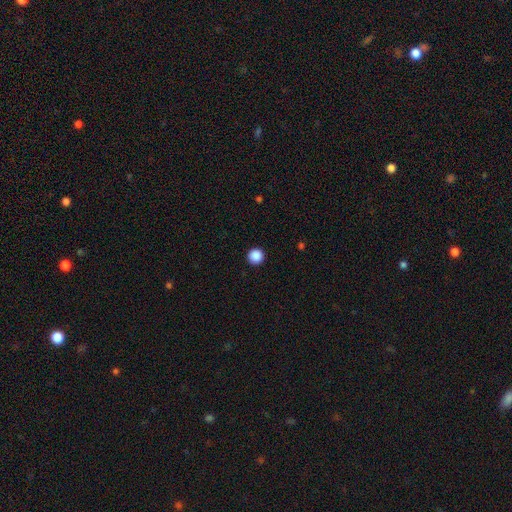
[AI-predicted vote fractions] smooth_or_featured: smooth (p=0.89) [alt: star or artifact p=0.09]
how_rounded: round (p=0.96) [alt: in between p=0.03]
merging: none (p=0.94) [alt: minor disturbance p=0.04]